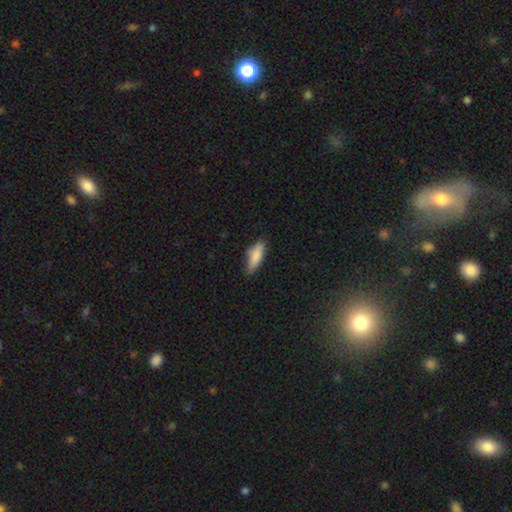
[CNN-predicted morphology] The model was most divided on "how rounded": cigar-shaped: 54%, in between: 44%, round: 2%. More confident: smooth or featured — smooth (80%); merging — none (73%).